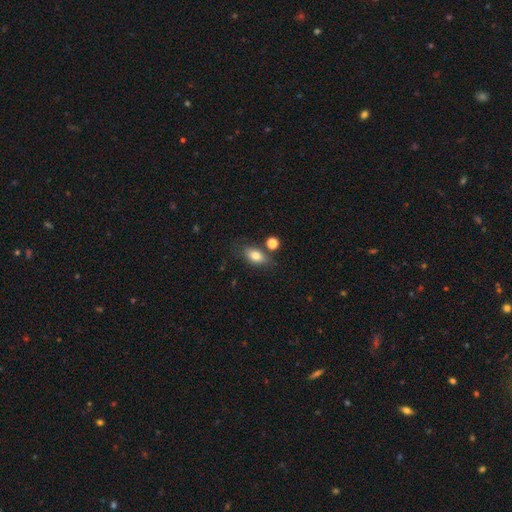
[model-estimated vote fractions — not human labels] A smooth galaxy with no disk features (79%) that is in between round and cigar-shaped (85%).

Vote fractions:
- Smooth or featured? smooth: 79% / featured or disk: 11% / star or artifact: 9%
- How rounded? in between: 85% / round: 11% / cigar-shaped: 4%
- Merging? none: 72% / minor disturbance: 14% / merger: 10% / major disturbance: 4%